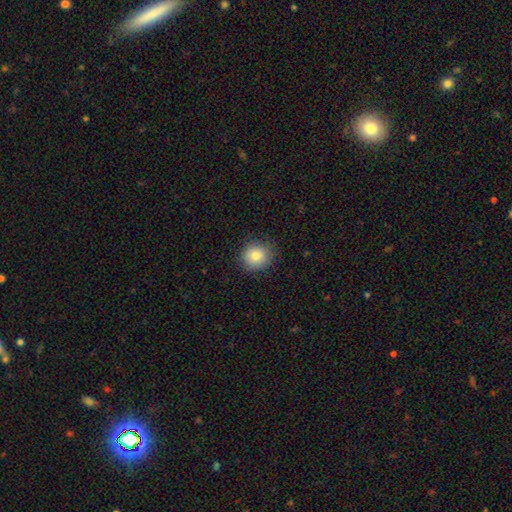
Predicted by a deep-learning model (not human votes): Morphology: type=smooth (81%); roundness=round (82%); merging=none (83%).